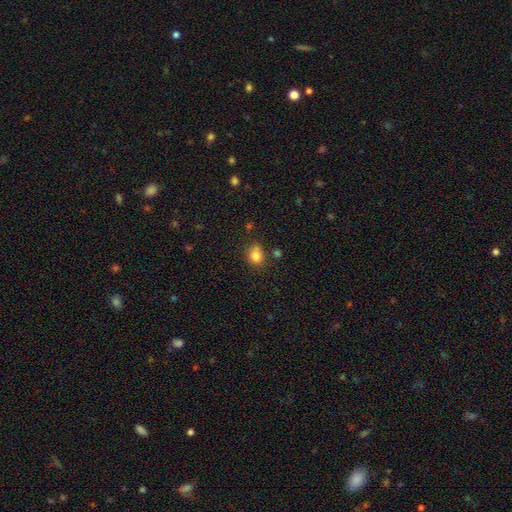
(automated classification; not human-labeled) smooth 81%, star or artifact 12%, featured or disk 7%. Down the decision tree: how rounded — round (69%); merging — none (68%).